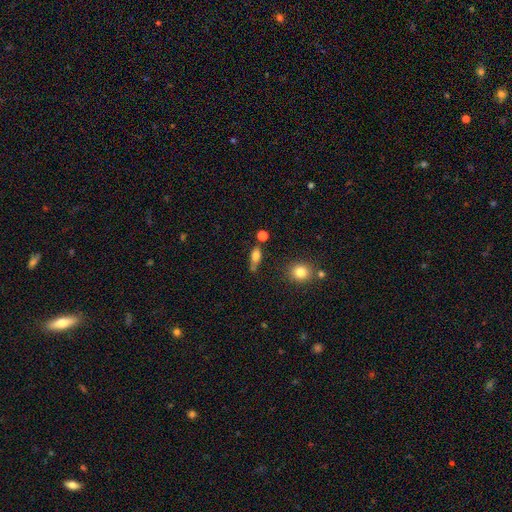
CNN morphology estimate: A smooth galaxy with no disk features (75%) that is in between round and cigar-shaped (71%).

Vote fractions:
- Smooth or featured? smooth: 75% / featured or disk: 15% / star or artifact: 10%
- How rounded? in between: 71% / cigar-shaped: 21% / round: 8%
- Merging? none: 54% / minor disturbance: 23% / merger: 14% / major disturbance: 8%